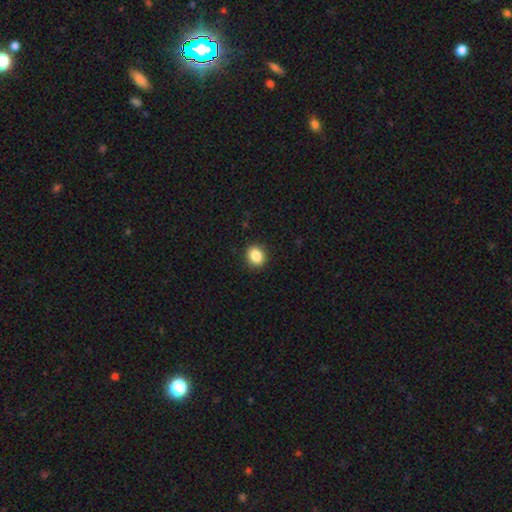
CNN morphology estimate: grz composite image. It shows a smooth galaxy with no disk features (86%) that is round (60%). Merging: none (90%).